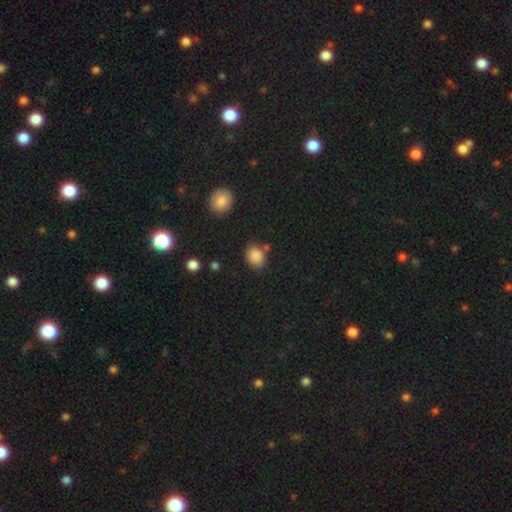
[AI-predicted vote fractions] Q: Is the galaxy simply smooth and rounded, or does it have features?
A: smooth — 85%.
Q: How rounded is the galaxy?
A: in between — 53%.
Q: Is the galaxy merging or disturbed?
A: none — 75%.